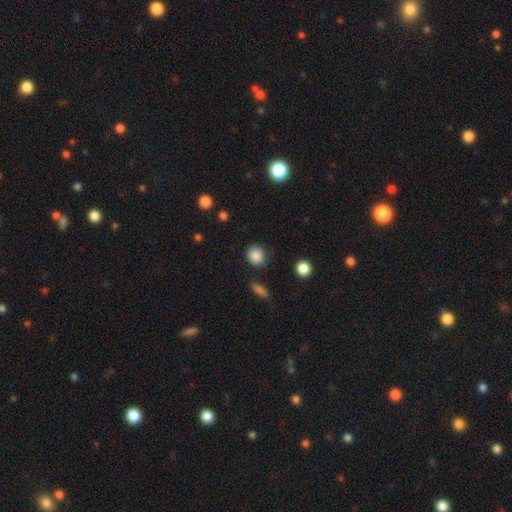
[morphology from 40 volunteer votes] This is clearly a smooth galaxy (95%). How rounded: likely round (61%). Merging: likely none (74%).